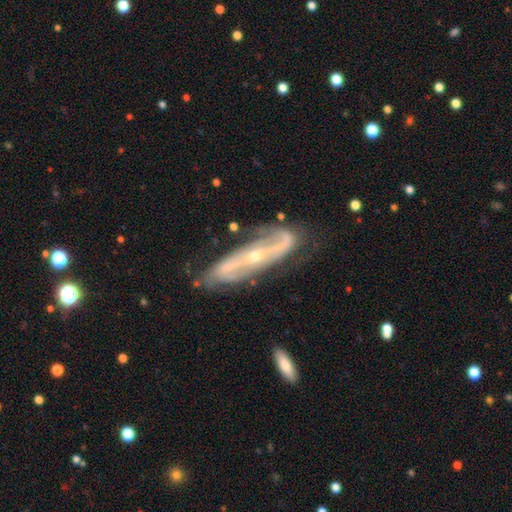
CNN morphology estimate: Overall: featured or disk (86%). Edge-on disk: no (82%). Bar: strong (39%; no 35%). Spiral arms: yes (93%). Spiral arm count: 2 (83%). Spiral winding: medium (41%; loose 33%). Bulge size: small (69%). Merging: none (67%).